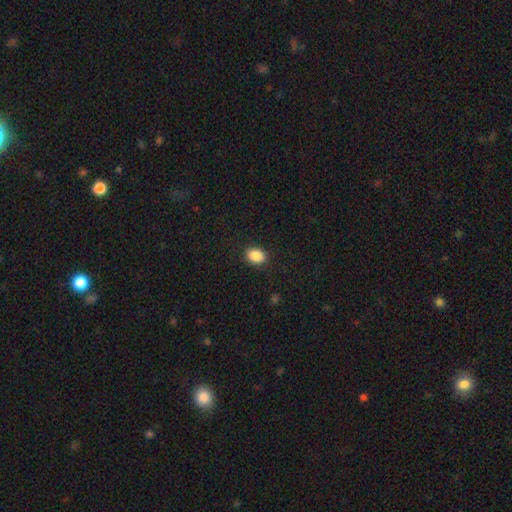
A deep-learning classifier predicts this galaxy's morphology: type=smooth (88%); roundness=in between (62%); merging=none (89%).